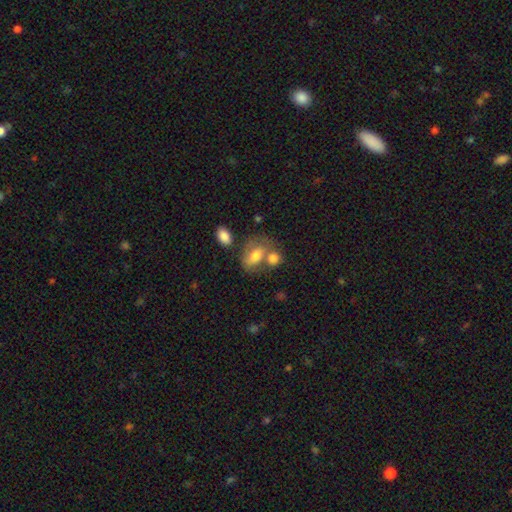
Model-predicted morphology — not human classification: The model was most divided on "merging": merger: 41%, none: 32%, minor disturbance: 16%, major disturbance: 11%. More confident: how rounded — in between (77%); smooth or featured — smooth (67%).